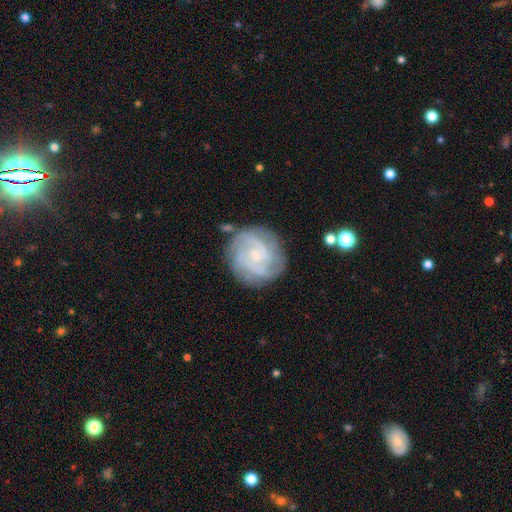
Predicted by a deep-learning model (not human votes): Smooth or featured?
  - featured or disk: 81% *
  - smooth: 13%
  - star or artifact: 6%
Edge-on disk?
  - no: 98% *
  - yes: 2%
Bar?
  - no: 66% *
  - weak: 29%
  - strong: 5%
Spiral arms?
  - yes: 95% *
  - no: 5%
Spiral winding?
  - tight: 62% *
  - medium: 31%
  - loose: 7%
Spiral arm count?
  - 3: 27% *
  - can't tell: 25%
  - 2: 23%
  - 4: 13%
  - more than 4: 5%
  - 1: 5%
Bulge size?
  - small: 74% *
  - moderate: 17%
  - none: 6%
  - large: 1%
  - dominant: 1%
Merging?
  - none: 77% *
  - minor disturbance: 15%
  - major disturbance: 5%
  - merger: 3%